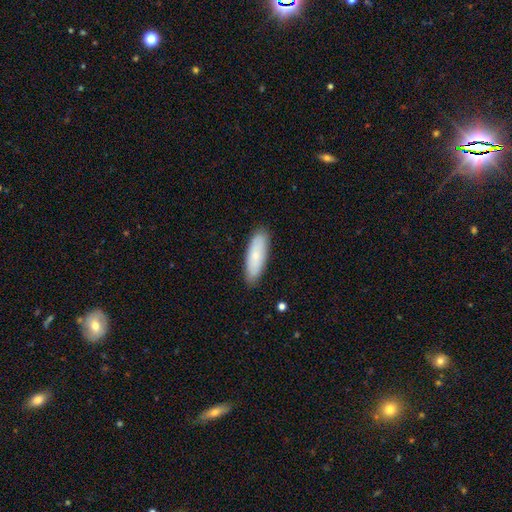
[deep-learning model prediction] This is likely a smooth galaxy (73%). How rounded: possibly in between (54%). Merging: clearly none (87%).